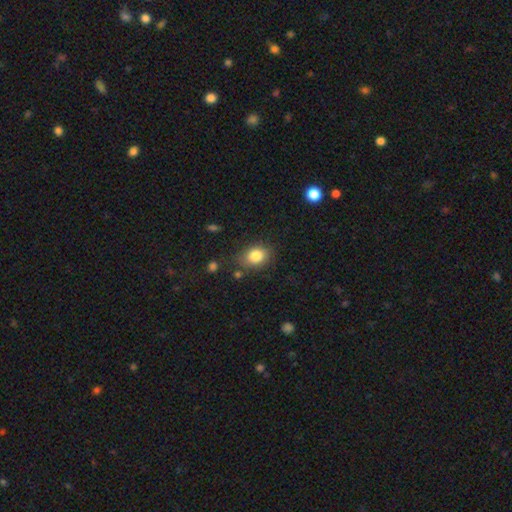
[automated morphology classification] Smooth or featured? Predicted: smooth (p=0.83). How rounded? Predicted: in between (p=0.59). Merging? Predicted: none (p=0.76).